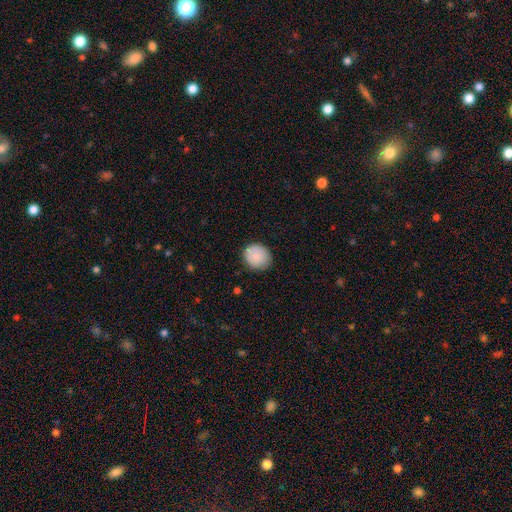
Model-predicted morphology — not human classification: smooth_or_featured: smooth (p=0.88) [alt: star or artifact p=0.07]
how_rounded: round (p=0.75) [alt: in between p=0.24]
merging: none (p=0.83) [alt: minor disturbance p=0.13]